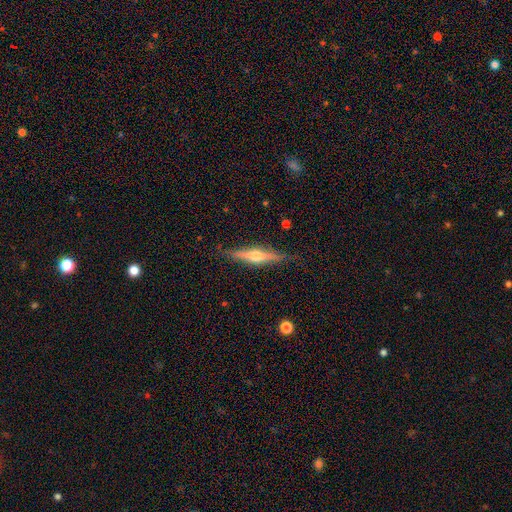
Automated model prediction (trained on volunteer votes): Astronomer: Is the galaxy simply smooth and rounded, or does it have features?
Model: featured or disk — 72%.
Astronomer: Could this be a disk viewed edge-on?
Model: yes — 97%.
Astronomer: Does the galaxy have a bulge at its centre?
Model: rounded — 91%.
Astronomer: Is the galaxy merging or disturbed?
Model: none — 86%.